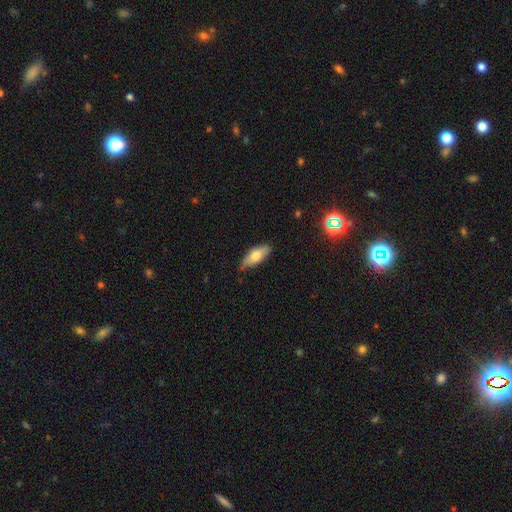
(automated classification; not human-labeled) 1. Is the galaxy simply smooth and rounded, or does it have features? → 72% smooth, 21% featured or disk, 7% star or artifact.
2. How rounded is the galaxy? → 75% in between, 23% cigar-shaped, 2% round.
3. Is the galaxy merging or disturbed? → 76% none, 20% minor disturbance, 3% major disturbance, 1% merger.